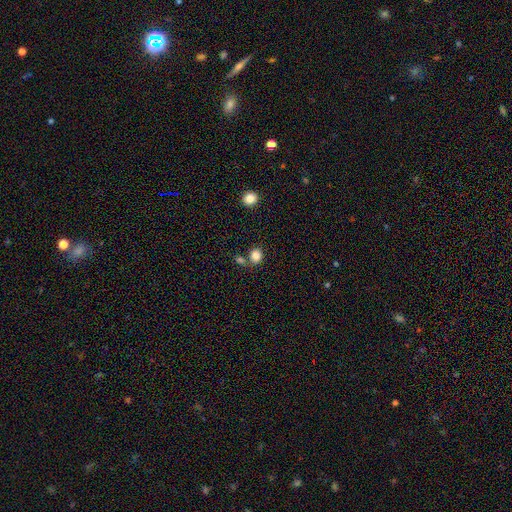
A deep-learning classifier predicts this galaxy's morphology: Smooth or featured? smooth (84%)
How rounded? round (60%)
Merging? none (63%)